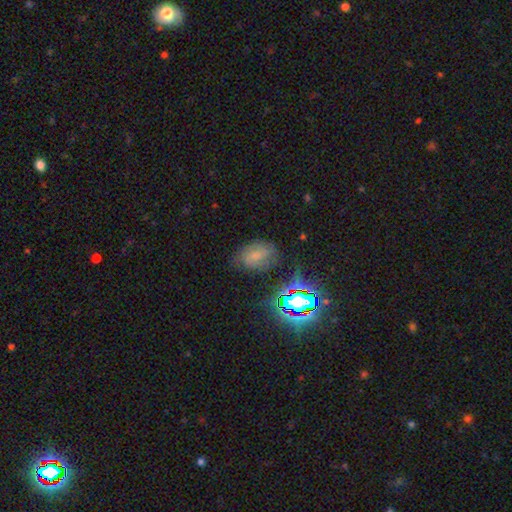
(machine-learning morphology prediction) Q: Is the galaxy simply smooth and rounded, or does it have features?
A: smooth — 43%.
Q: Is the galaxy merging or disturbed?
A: none — 64%.